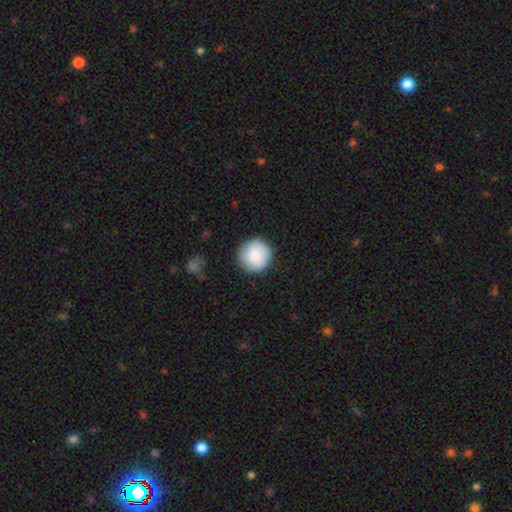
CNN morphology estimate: smooth 84%, featured or disk 9%, star or artifact 6%. Down the decision tree: how rounded — round (94%); merging — none (88%).